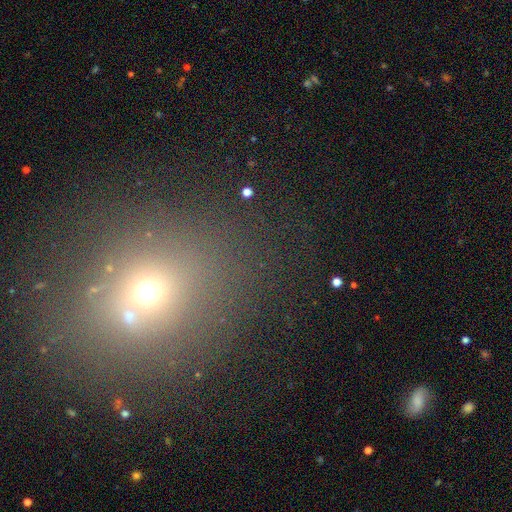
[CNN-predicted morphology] Smooth or featured?
  - smooth: 49% *
  - star or artifact: 38%
  - featured or disk: 13%
Merging?
  - none: 69% *
  - merger: 14%
  - minor disturbance: 11%
  - major disturbance: 6%